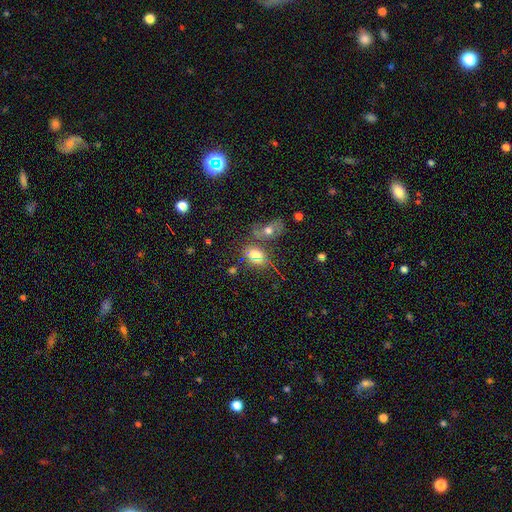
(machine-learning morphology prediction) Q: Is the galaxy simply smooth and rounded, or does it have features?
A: smooth — 65%.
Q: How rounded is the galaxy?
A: in between — 71%.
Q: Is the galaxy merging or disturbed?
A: none — 45%.